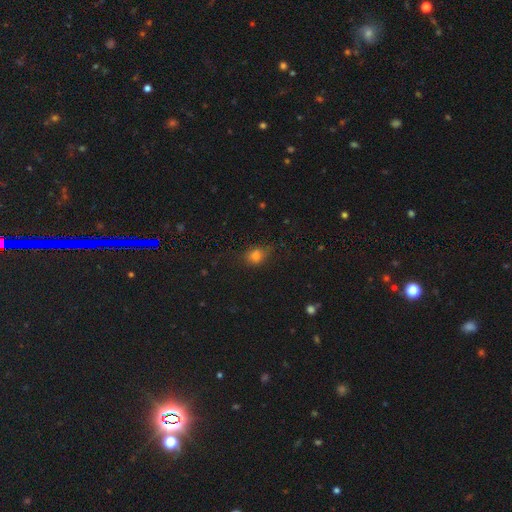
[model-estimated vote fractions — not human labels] Smooth or featured: smooth — 77% (star or artifact — 15%)
How rounded: in between — 51% (round — 47%)
Merging: none — 67% (minor disturbance — 23%)